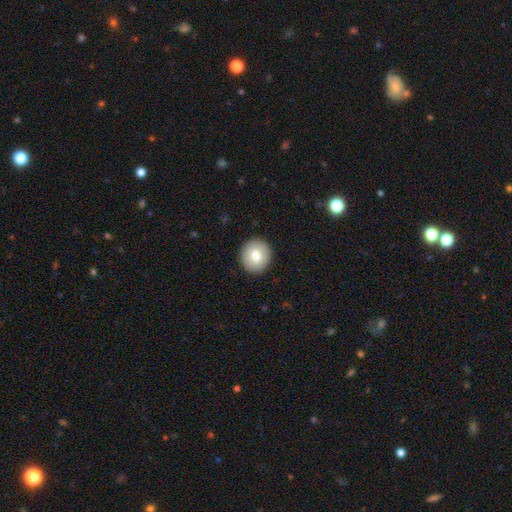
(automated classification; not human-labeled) smooth_or_featured: smooth (p=0.79) [alt: featured or disk p=0.14]
how_rounded: round (p=0.87) [alt: in between p=0.12]
merging: none (p=0.92) [alt: minor disturbance p=0.06]